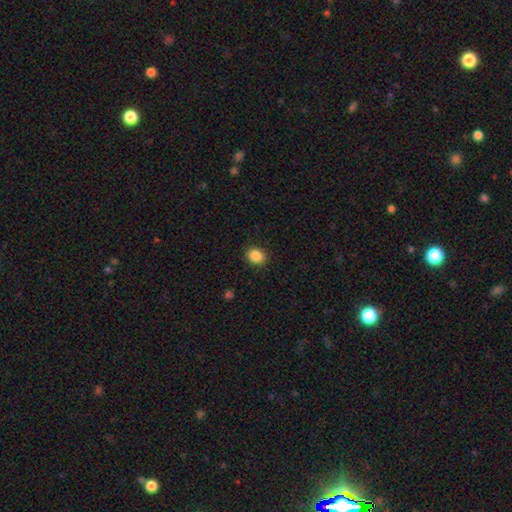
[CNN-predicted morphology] Smooth or featured? Predicted: smooth (p=0.87). How rounded? Predicted: round (p=0.53). Merging? Predicted: none (p=0.90).